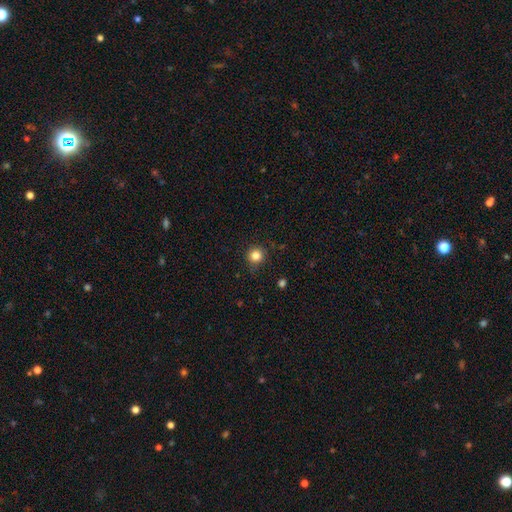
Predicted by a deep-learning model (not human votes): smooth-or-featured: smooth: 83% | star or artifact: 12% | featured or disk: 5%
  how-rounded: round: 93% | in between: 6% | cigar-shaped: 1%
  merging: none: 85% | minor disturbance: 11% | major disturbance: 3% | merger: 1%